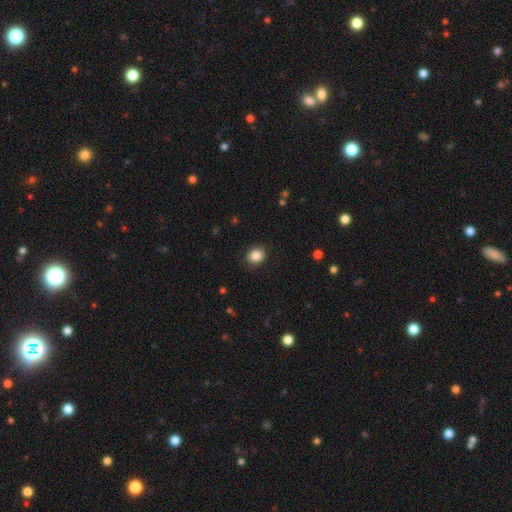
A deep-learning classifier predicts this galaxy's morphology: Smooth or featured?
  - smooth: 86% *
  - star or artifact: 9%
  - featured or disk: 5%
How rounded?
  - round: 68% *
  - in between: 31%
  - cigar-shaped: 1%
Merging?
  - none: 87% *
  - minor disturbance: 9%
  - major disturbance: 3%
  - merger: 1%